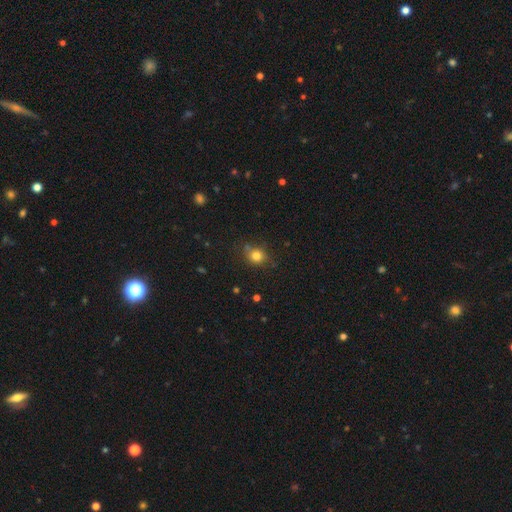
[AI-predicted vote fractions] Overall: smooth (80%). How rounded: round (76%). Merging: none (76%).